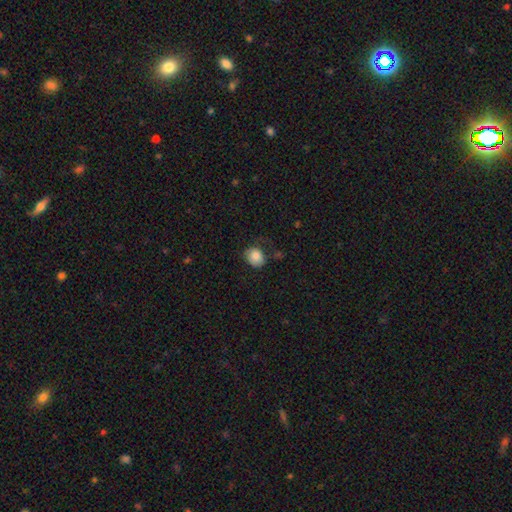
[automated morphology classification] A smooth galaxy with no disk features (82%) that is round (63%).

Vote fractions:
- Smooth or featured? smooth: 82% / star or artifact: 9% / featured or disk: 9%
- How rounded? round: 63% / in between: 36% / cigar-shaped: 1%
- Merging? none: 64% / minor disturbance: 23% / major disturbance: 10% / merger: 3%